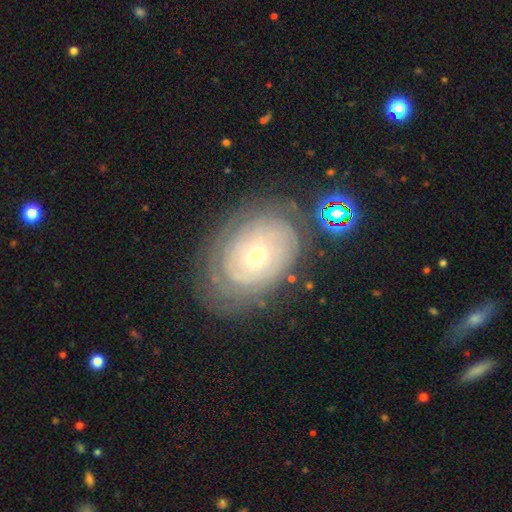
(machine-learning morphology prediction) Overall: featured or disk (78%). Edge-on disk: no (96%). Bar: no (81%). Spiral arms: yes (86%). Spiral arm count: can't tell (56%). Spiral winding: tight (84%). Bulge size: small (53%; moderate 42%). Merging: none (74%).